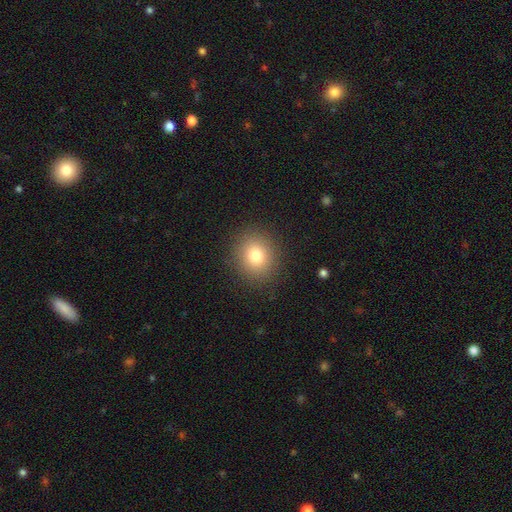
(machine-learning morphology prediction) smooth_or_featured: smooth (p=0.79) [alt: star or artifact p=0.13]
how_rounded: round (p=0.75) [alt: in between p=0.24]
merging: none (p=0.89) [alt: minor disturbance p=0.07]